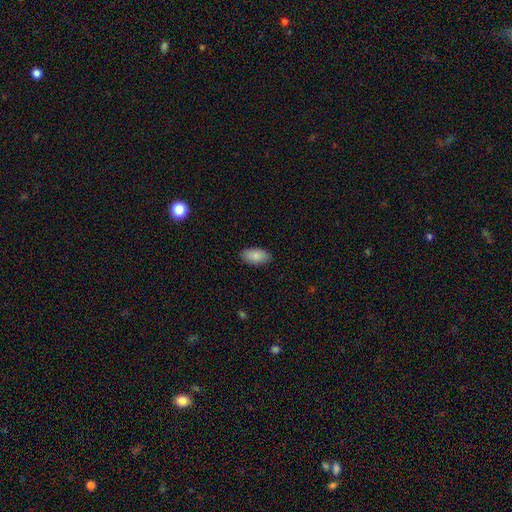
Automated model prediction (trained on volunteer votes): A smooth galaxy with no disk features (88%) that is in between round and cigar-shaped (95%). Merging: none (88%).